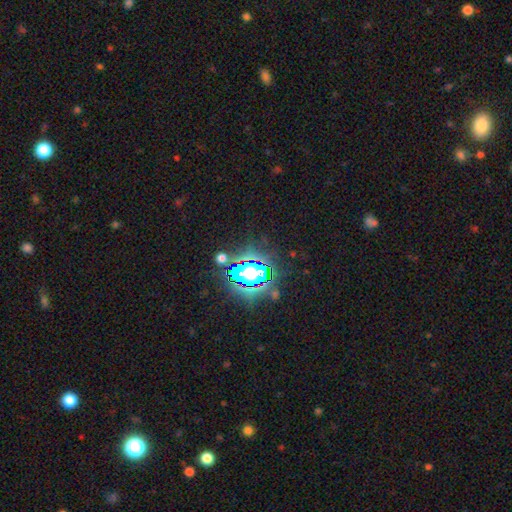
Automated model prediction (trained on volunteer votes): Smooth or featured?
  - star or artifact: 80% *
  - smooth: 12%
  - featured or disk: 8%